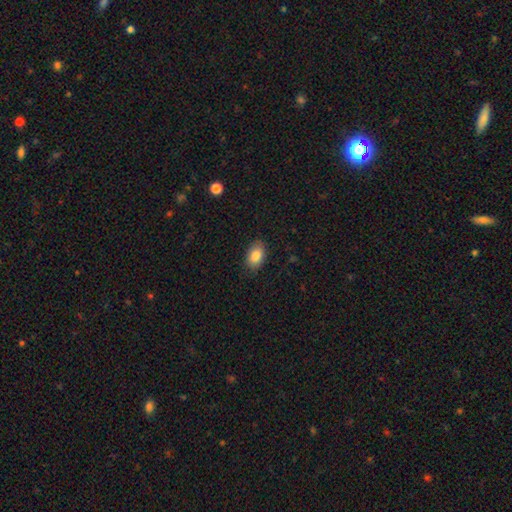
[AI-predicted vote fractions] smooth 85%, star or artifact 8%, featured or disk 7%. Down the decision tree: how rounded — in between (88%); merging — none (85%).